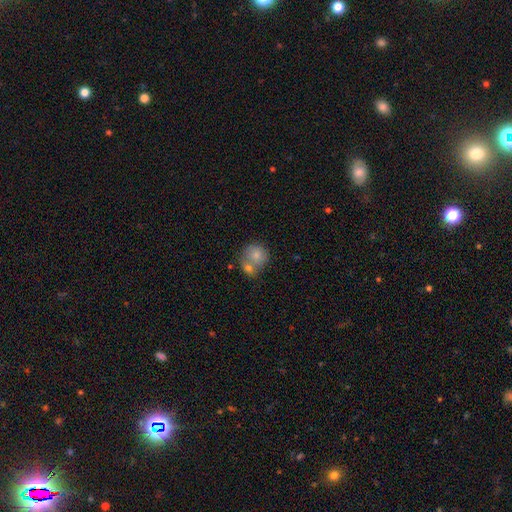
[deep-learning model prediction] Overall: smooth (77%). How rounded: round (81%). Merging: merger (52%; none 34%).